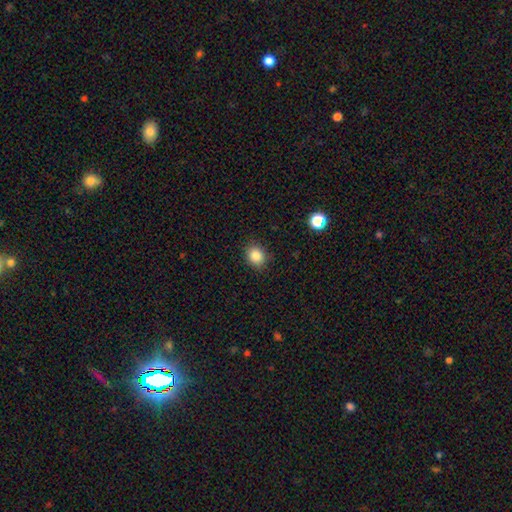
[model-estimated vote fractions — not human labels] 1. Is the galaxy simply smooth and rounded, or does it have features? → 85% smooth, 10% star or artifact, 5% featured or disk.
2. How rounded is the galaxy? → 64% round, 35% in between, 1% cigar-shaped.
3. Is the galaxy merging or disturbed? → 88% none, 9% minor disturbance, 2% major disturbance, 1% merger.